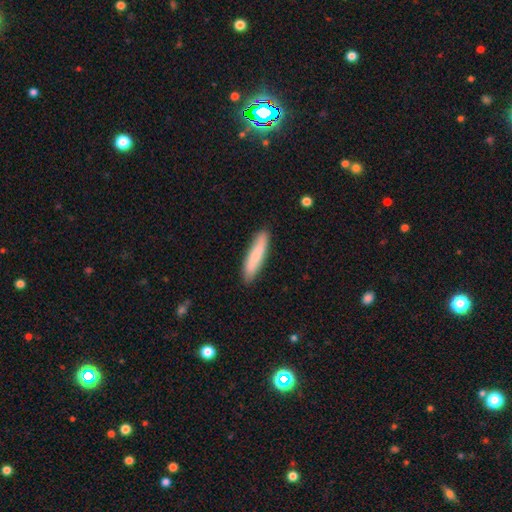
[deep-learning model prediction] Smooth or featured? smooth (75%)
How rounded? cigar-shaped (86%)
Merging? none (87%)